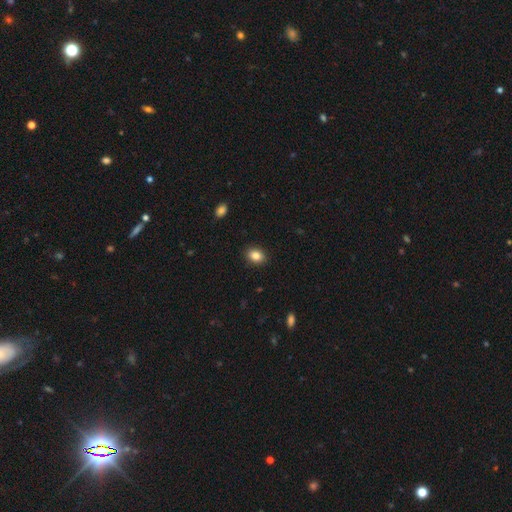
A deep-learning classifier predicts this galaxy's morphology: Smooth or featured? smooth (86%)
How rounded? in between (69%)
Merging? none (90%)